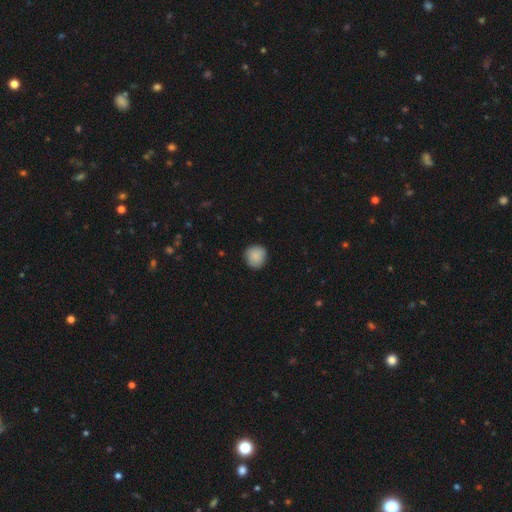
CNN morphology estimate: Smooth or featured: smooth — 88% (star or artifact — 7%)
How rounded: round — 90% (in between — 9%)
Merging: none — 86% (minor disturbance — 11%)